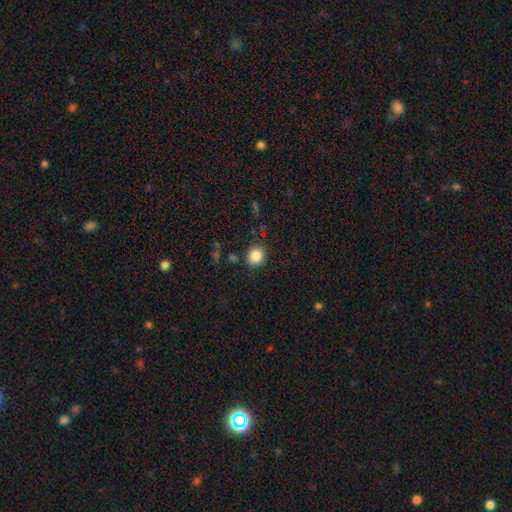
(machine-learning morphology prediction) Q: Smooth or featured?
A: smooth (85%); runner-up: star or artifact (11%)
Q: How rounded?
A: round (86%); runner-up: in between (13%)
Q: Merging?
A: none (87%); runner-up: minor disturbance (8%)